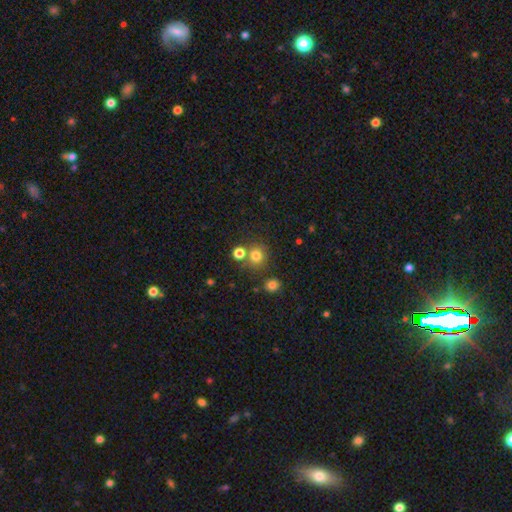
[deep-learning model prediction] Morphology: type=smooth (77%); roundness=round (89%); merging=none (71%).